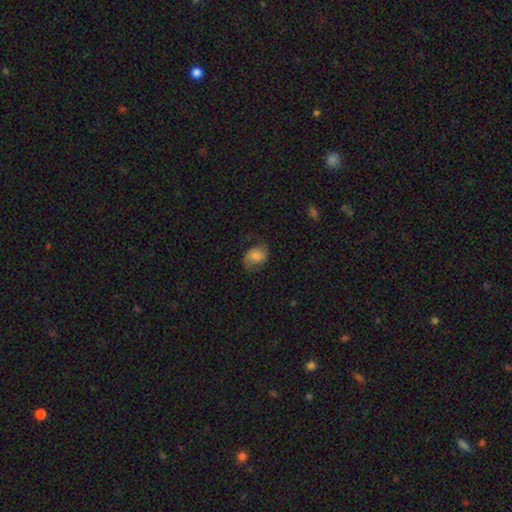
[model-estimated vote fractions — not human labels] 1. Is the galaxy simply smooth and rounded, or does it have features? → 49% featured or disk, 42% smooth, 9% star or artifact.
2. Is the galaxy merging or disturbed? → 68% none, 20% minor disturbance, 11% major disturbance, 1% merger.